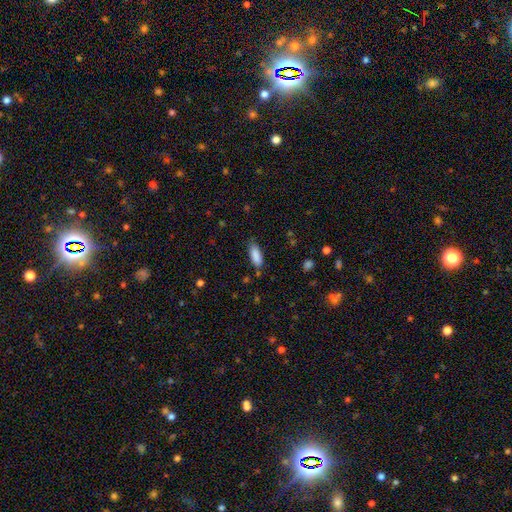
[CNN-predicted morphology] type=smooth (88%); roundness=in between (70%); merging=none (76%).